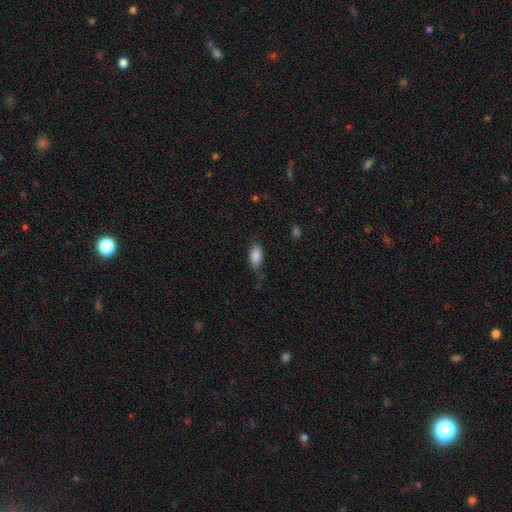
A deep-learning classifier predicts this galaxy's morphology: smooth_or_featured: smooth (p=0.85) [alt: featured or disk p=0.08]
how_rounded: in between (p=0.90) [alt: cigar-shaped p=0.06]
merging: none (p=0.64) [alt: minor disturbance p=0.25]